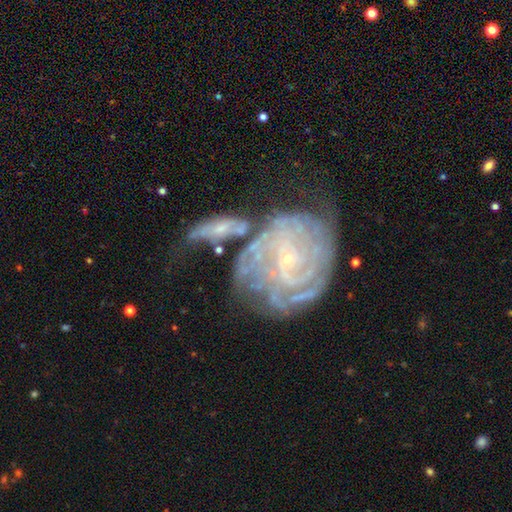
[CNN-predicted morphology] This appears to be a featured or disk galaxy (85%) with no bar (67%), tight (77%) spiral arms (93%) and a small central bulge (89%). Merging: none (34%).